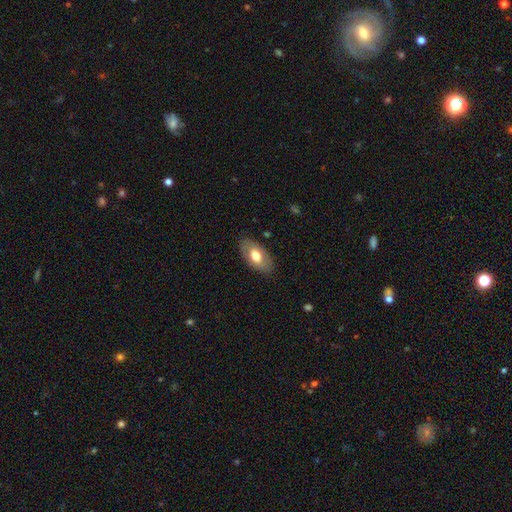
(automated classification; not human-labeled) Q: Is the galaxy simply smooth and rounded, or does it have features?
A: smooth — 66%.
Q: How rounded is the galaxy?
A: in between — 93%.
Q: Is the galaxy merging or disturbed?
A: none — 85%.